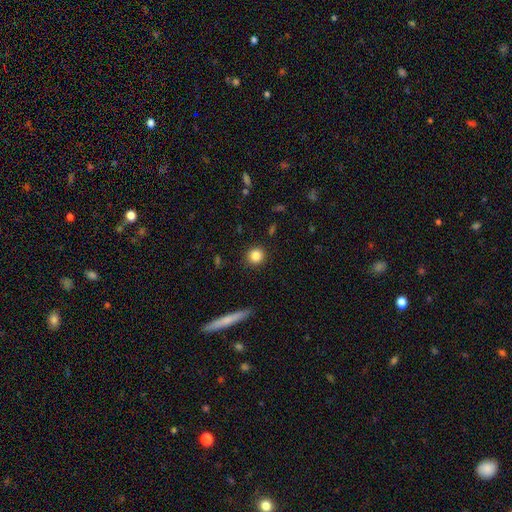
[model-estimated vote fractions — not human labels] Smooth or featured? smooth (84%)
How rounded? round (92%)
Merging? none (91%)